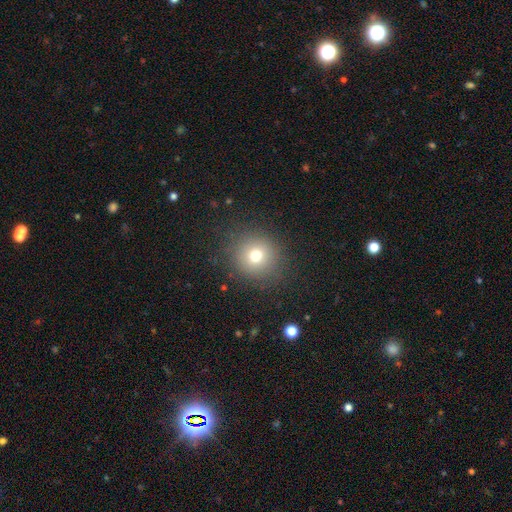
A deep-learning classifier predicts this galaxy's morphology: smooth 72%, star or artifact 17%, featured or disk 12%. Down the decision tree: how rounded — round (92%); merging — none (87%).